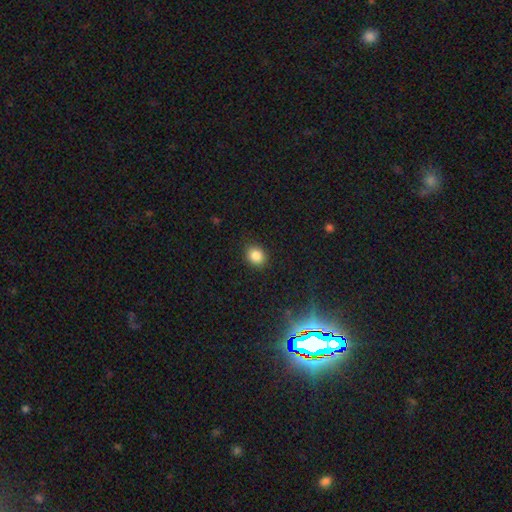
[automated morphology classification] This appears to be a smooth galaxy with no disk features (84%) that is round (65%). Merging: none (88%).